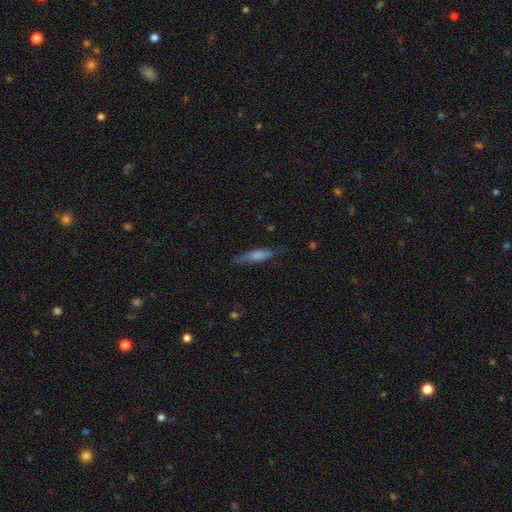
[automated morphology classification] Smooth or featured? Predicted: smooth (p=0.55). How rounded? Predicted: cigar-shaped (p=0.83). Merging? Predicted: none (p=0.73).